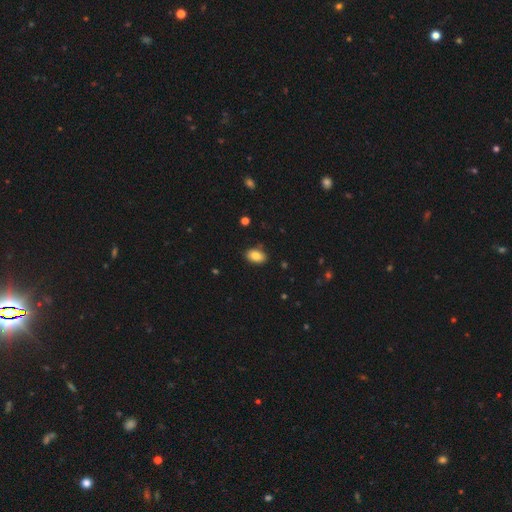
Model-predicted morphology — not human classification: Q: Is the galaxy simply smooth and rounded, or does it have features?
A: smooth — 85%.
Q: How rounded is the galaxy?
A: in between — 89%.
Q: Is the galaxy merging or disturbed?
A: none — 85%.